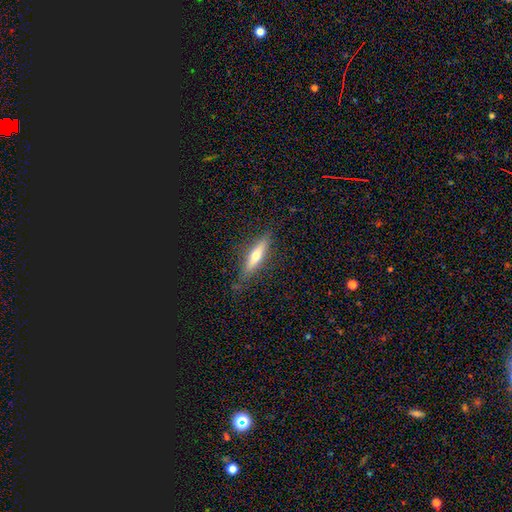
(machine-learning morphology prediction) This is possibly a smooth galaxy (48%). Merging: clearly none (82%).